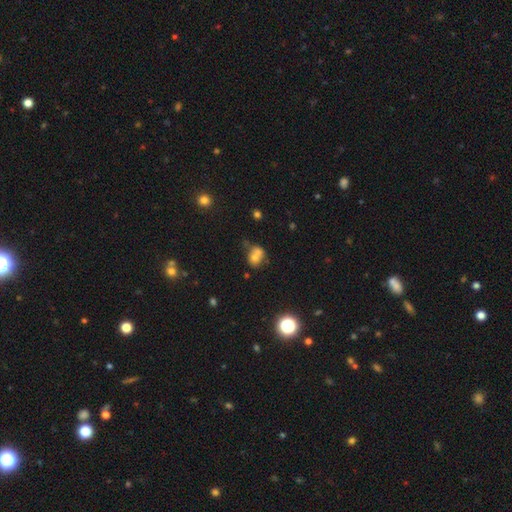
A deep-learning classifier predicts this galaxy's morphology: Smooth or featured? smooth (66%)
How rounded? round (58%)
Merging? merger (58%)